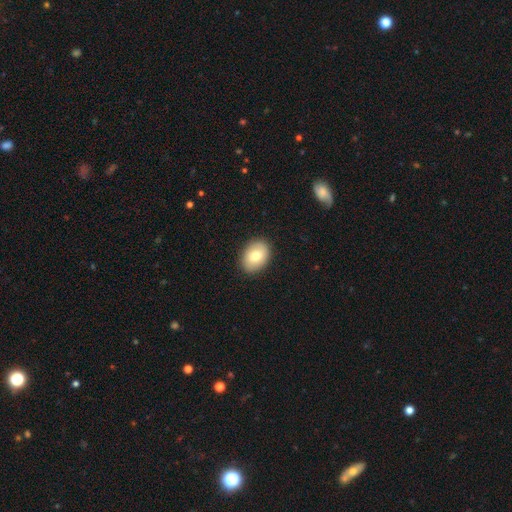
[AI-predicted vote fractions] Smooth or featured: smooth — 76% (featured or disk — 17%)
How rounded: in between — 72% (round — 27%)
Merging: none — 89% (minor disturbance — 8%)